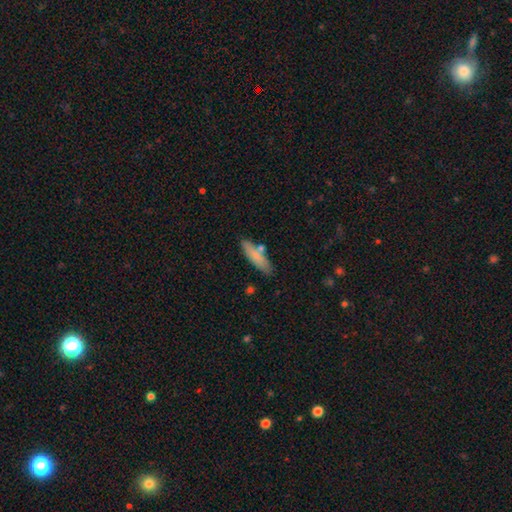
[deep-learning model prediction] Smooth or featured? smooth (77%)
How rounded? cigar-shaped (64%)
Merging? none (78%)